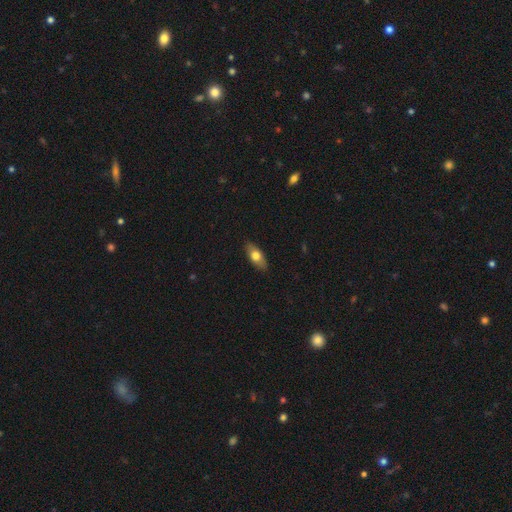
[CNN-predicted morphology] smooth 69%, featured or disk 24%, star or artifact 6%. Down the decision tree: how rounded — in between (82%); merging — none (87%).